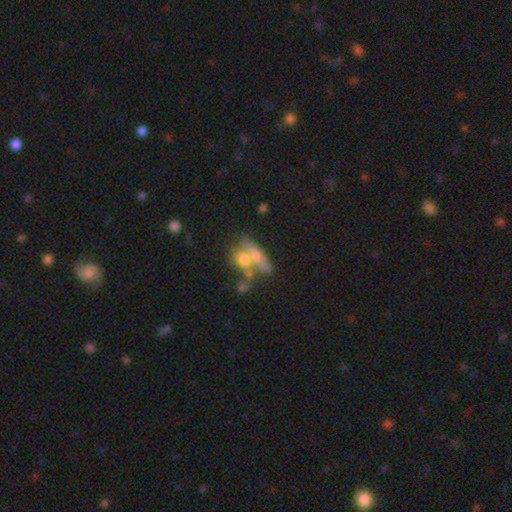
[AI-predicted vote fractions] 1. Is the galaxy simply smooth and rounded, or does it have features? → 60% smooth, 30% featured or disk, 10% star or artifact.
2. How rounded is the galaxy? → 63% in between, 20% round, 17% cigar-shaped.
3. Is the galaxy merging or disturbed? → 50% merger, 28% none, 12% minor disturbance, 10% major disturbance.